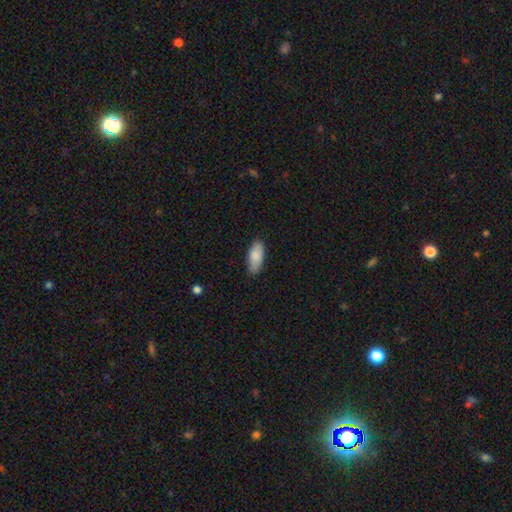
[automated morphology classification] Q: Smooth or featured?
A: smooth (87%); runner-up: featured or disk (8%)
Q: How rounded?
A: in between (84%); runner-up: cigar-shaped (14%)
Q: Merging?
A: none (83%); runner-up: minor disturbance (14%)